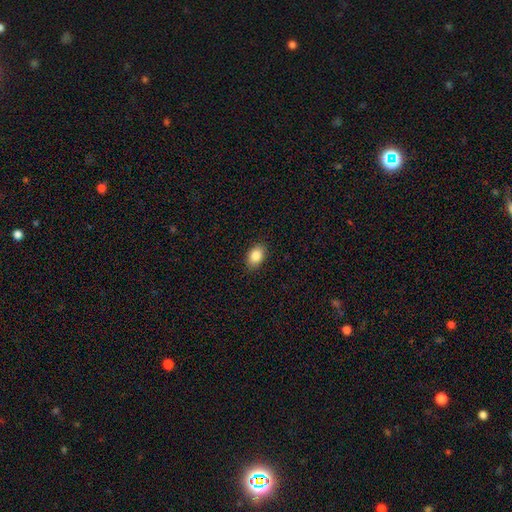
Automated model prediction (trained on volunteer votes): Smooth or featured? smooth (86%)
How rounded? in between (84%)
Merging? none (88%)